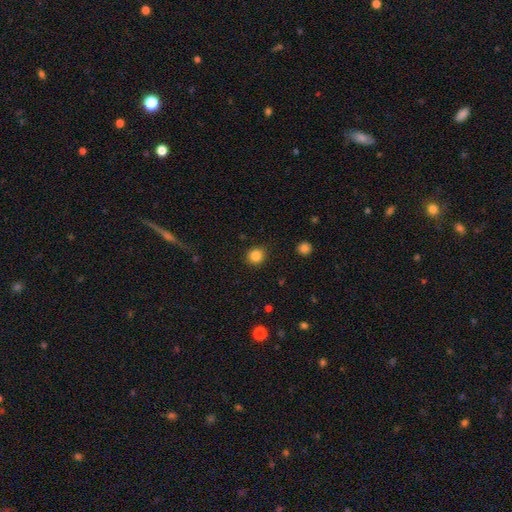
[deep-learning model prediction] Morphology: type=smooth (85%); roundness=round (90%); merging=none (89%).